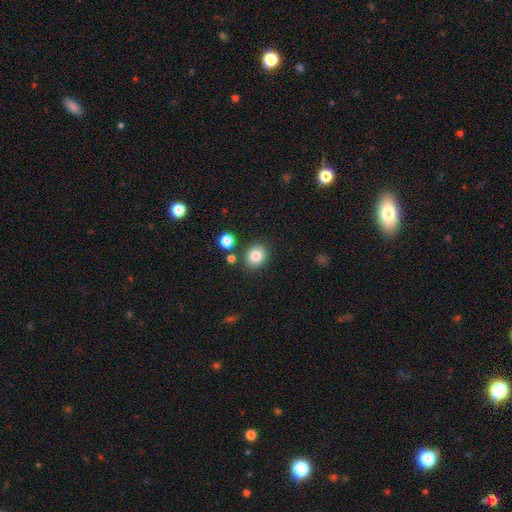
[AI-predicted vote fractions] This appears to be a smooth galaxy with no disk features (83%) that is round (71%). Merging: none (83%).